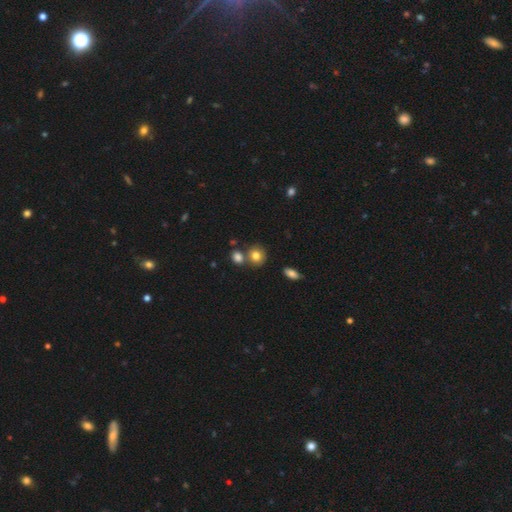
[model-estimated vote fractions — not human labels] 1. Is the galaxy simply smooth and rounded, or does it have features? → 55% smooth, 32% star or artifact, 14% featured or disk.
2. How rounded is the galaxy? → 69% round, 28% in between, 3% cigar-shaped.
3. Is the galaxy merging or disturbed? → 60% none, 26% merger, 9% minor disturbance, 5% major disturbance.